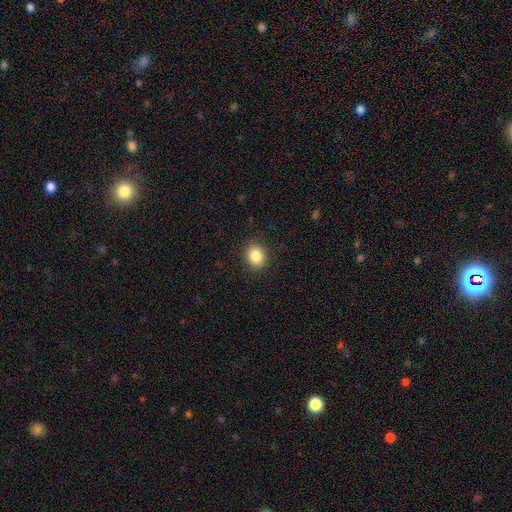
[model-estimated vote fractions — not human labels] The model was most divided on "how rounded": round: 61%, in between: 38%, cigar-shaped: 1%. More confident: merging — none (90%); smooth or featured — smooth (86%).